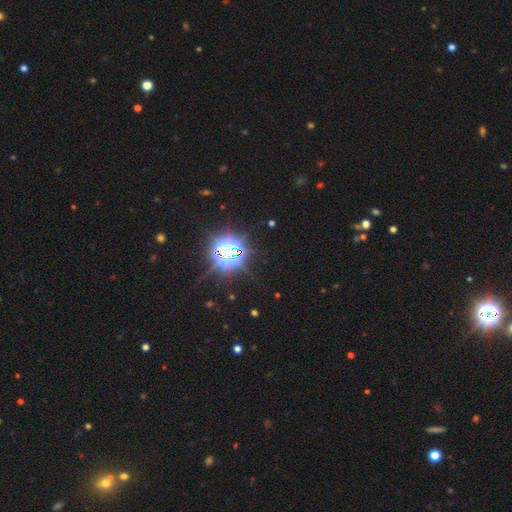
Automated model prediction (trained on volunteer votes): Overall: star or artifact (83%).